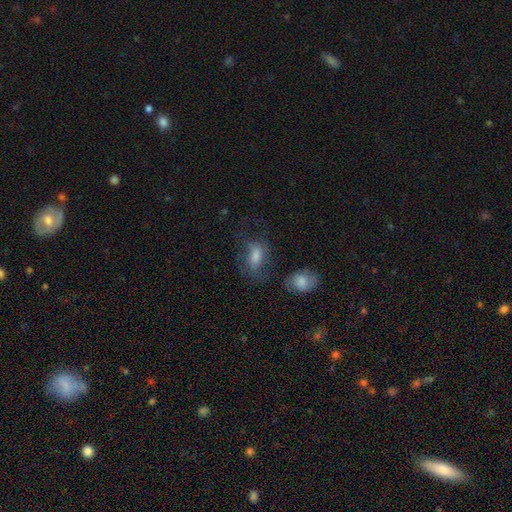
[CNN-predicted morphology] Q: Smooth or featured?
A: smooth (52%); runner-up: featured or disk (33%)
Q: How rounded?
A: in between (81%); runner-up: round (13%)
Q: Merging?
A: none (50%); runner-up: minor disturbance (22%)